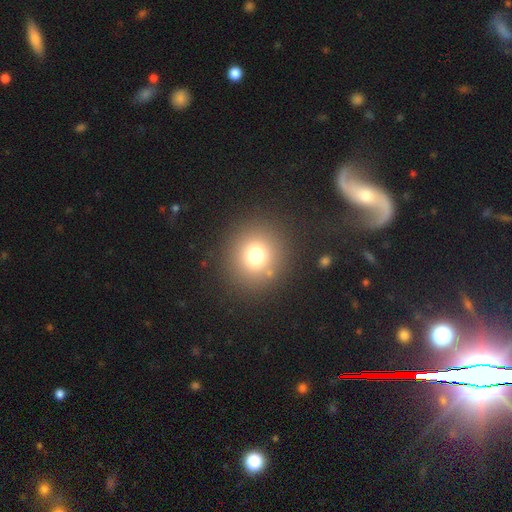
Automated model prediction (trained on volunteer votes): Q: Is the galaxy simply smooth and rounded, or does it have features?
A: smooth — 72%.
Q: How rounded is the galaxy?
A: round — 90%.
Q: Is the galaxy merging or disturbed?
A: none — 87%.